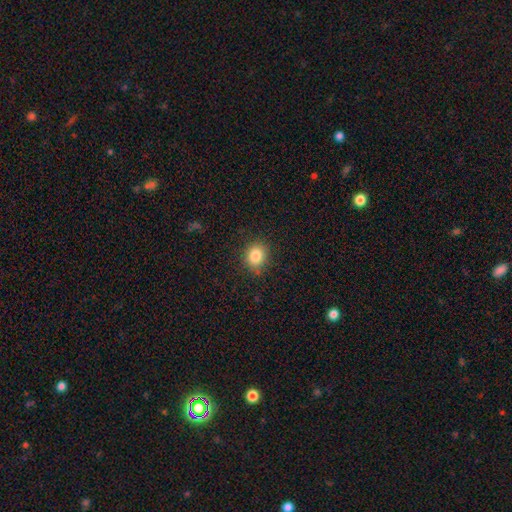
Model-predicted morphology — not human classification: smooth 84%, star or artifact 11%, featured or disk 5%. Down the decision tree: how rounded — round (70%); merging — none (86%).